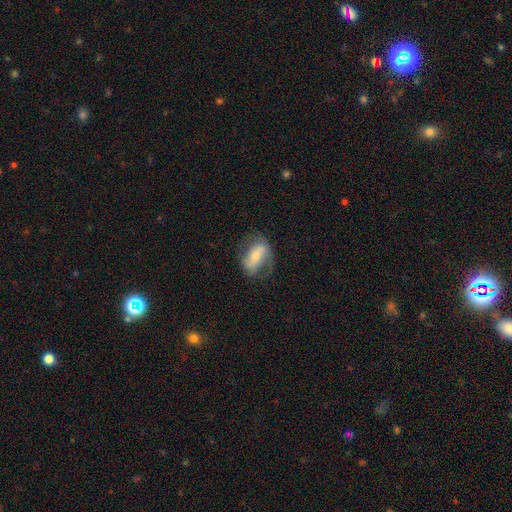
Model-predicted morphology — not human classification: Q: Smooth or featured?
A: featured or disk (63%); runner-up: smooth (29%)
Q: Edge-on disk?
A: no (93%); runner-up: yes (7%)
Q: Bar?
A: strong (36%); runner-up: weak (33%)
Q: Spiral arms?
A: yes (79%); runner-up: no (21%)
Q: Bulge size?
A: moderate (51%); runner-up: small (42%)
Q: Merging?
A: none (60%); runner-up: minor disturbance (23%)